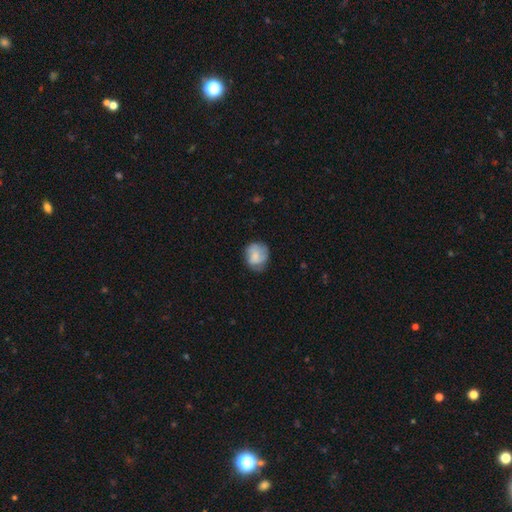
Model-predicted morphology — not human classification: Smooth or featured?
  - smooth: 65% *
  - featured or disk: 27%
  - star or artifact: 7%
How rounded?
  - round: 74% *
  - in between: 25%
  - cigar-shaped: 1%
Merging?
  - none: 64% *
  - minor disturbance: 25%
  - major disturbance: 9%
  - merger: 1%